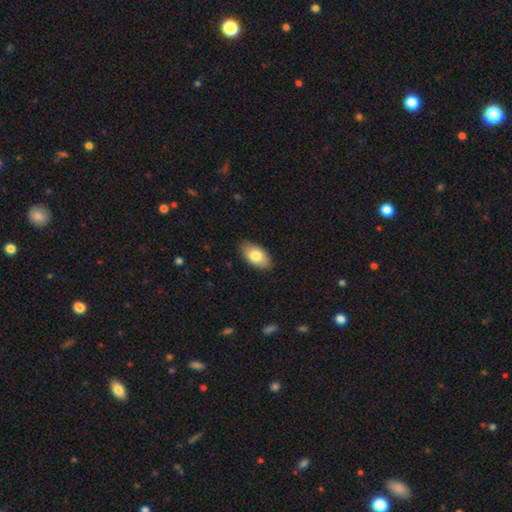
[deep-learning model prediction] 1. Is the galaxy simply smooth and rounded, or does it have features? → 81% smooth, 13% featured or disk, 6% star or artifact.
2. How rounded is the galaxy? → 94% in between, 3% round, 2% cigar-shaped.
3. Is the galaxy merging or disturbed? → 86% none, 11% minor disturbance, 2% major disturbance, 1% merger.